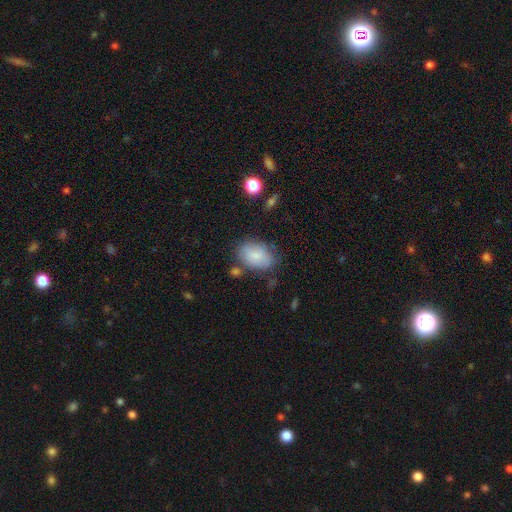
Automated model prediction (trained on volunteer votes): Q: Smooth or featured?
A: smooth (80%); runner-up: featured or disk (13%)
Q: How rounded?
A: in between (85%); runner-up: round (13%)
Q: Merging?
A: none (66%); runner-up: minor disturbance (21%)